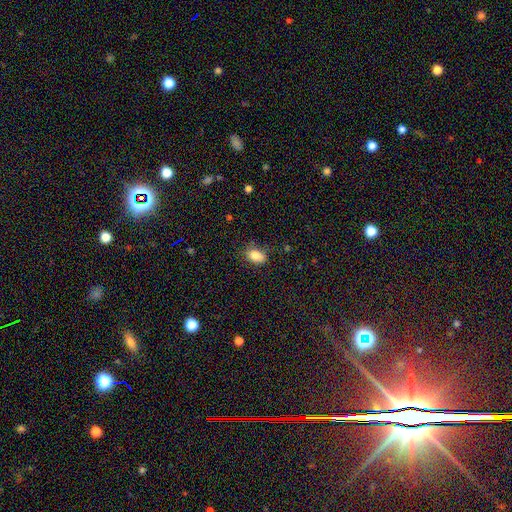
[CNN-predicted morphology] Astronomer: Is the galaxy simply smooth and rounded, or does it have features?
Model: smooth — 85%.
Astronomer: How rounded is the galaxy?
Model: in between — 86%.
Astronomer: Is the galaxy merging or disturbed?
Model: none — 77%.